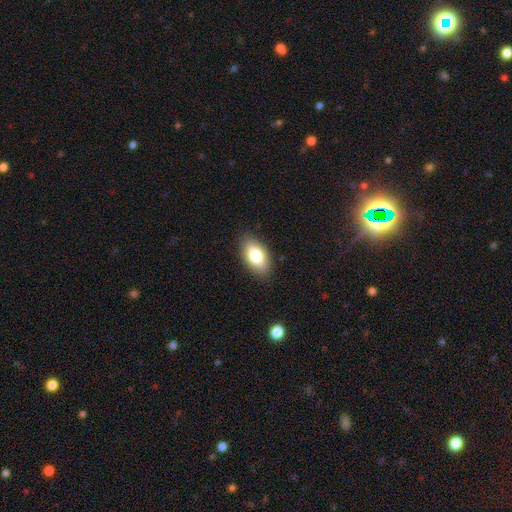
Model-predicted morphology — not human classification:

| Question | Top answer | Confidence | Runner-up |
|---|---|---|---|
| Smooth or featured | smooth | 78% | featured or disk (14%) |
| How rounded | in between | 91% | round (6%) |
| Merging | none | 86% | minor disturbance (10%) |